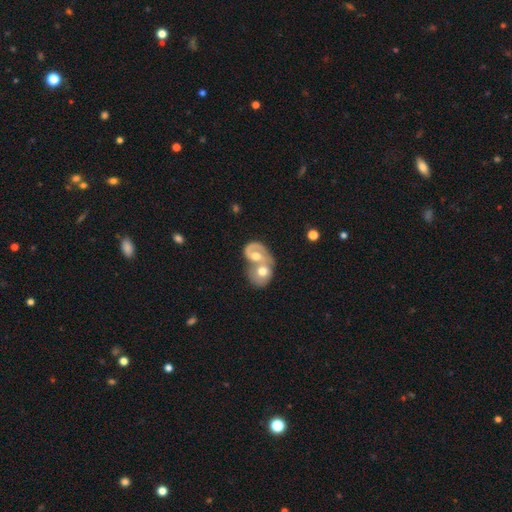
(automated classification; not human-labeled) Overall: featured or disk (60%; smooth 34%). Edge-on disk: no (97%). Bar: no (72%). Spiral arms: yes (61%; no 39%). Bulge size: moderate (70%). Merging: merger (81%).